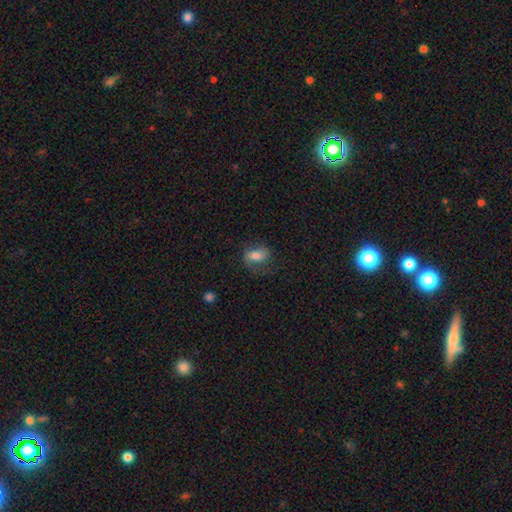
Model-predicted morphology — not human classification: A smooth galaxy with no disk features (63%) that is in between round and cigar-shaped (82%).

Vote fractions:
- Smooth or featured? smooth: 63% / featured or disk: 28% / star or artifact: 9%
- How rounded? in between: 82% / round: 15% / cigar-shaped: 3%
- Merging? none: 58% / minor disturbance: 23% / major disturbance: 18% / merger: 2%